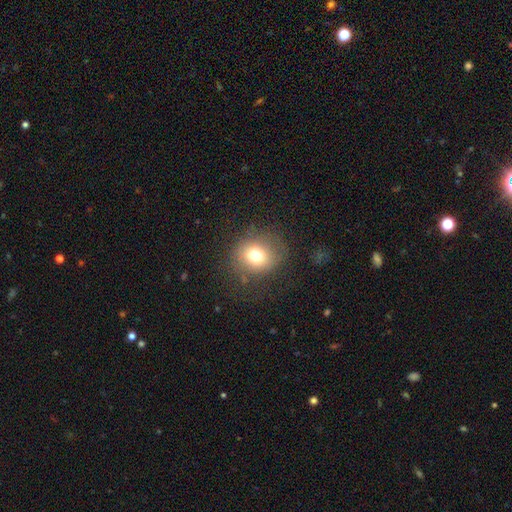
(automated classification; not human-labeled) Smooth or featured: smooth — 73% (star or artifact — 14%)
How rounded: round — 73% (in between — 26%)
Merging: none — 75% (minor disturbance — 15%)